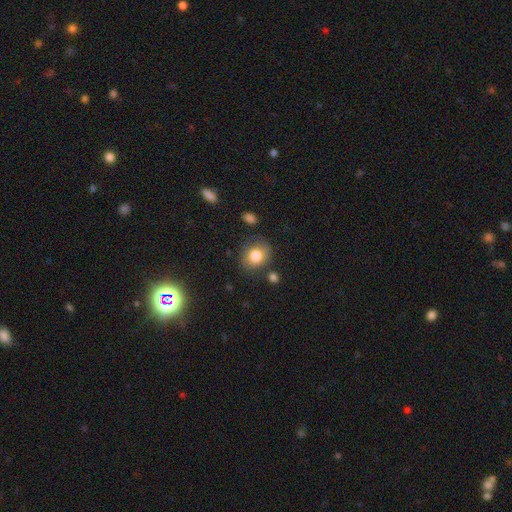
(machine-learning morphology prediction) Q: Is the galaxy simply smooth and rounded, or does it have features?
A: smooth — 79%.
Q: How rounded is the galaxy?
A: round — 71%.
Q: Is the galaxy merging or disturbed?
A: none — 76%.